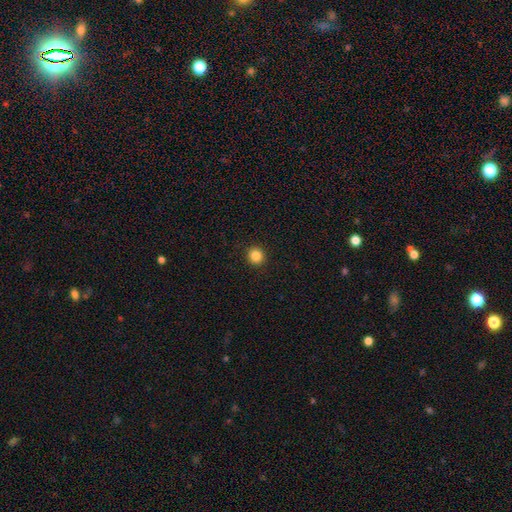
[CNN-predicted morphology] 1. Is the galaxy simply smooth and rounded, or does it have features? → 85% smooth, 11% star or artifact, 4% featured or disk.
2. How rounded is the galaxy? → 92% round, 7% in between, 1% cigar-shaped.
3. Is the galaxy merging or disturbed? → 93% none, 4% minor disturbance, 2% major disturbance, 1% merger.